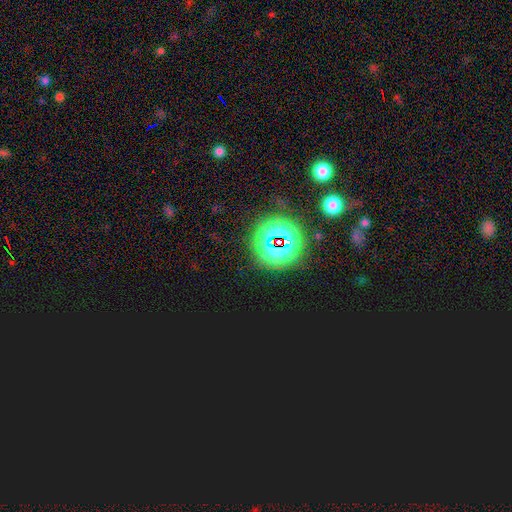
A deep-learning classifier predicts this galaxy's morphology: type=star or artifact (77%).